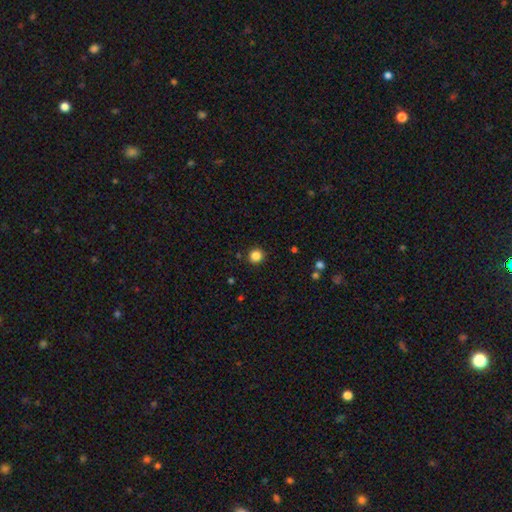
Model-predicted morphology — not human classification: Overall: smooth (85%). How rounded: round (94%). Merging: none (91%).